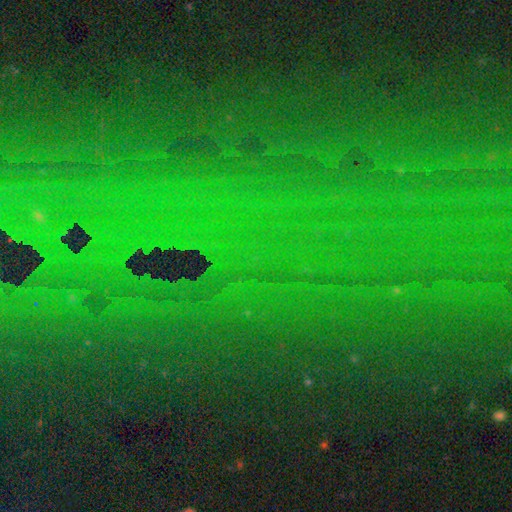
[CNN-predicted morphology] Overall: star or artifact (81%).